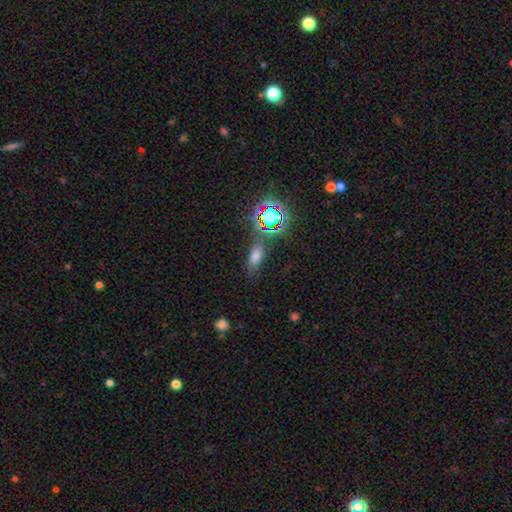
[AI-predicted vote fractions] smooth-or-featured: smooth: 62% | star or artifact: 26% | featured or disk: 12%
  how-rounded: in between: 71% | cigar-shaped: 20% | round: 9%
  merging: none: 73% | minor disturbance: 15% | merger: 6% | major disturbance: 6%